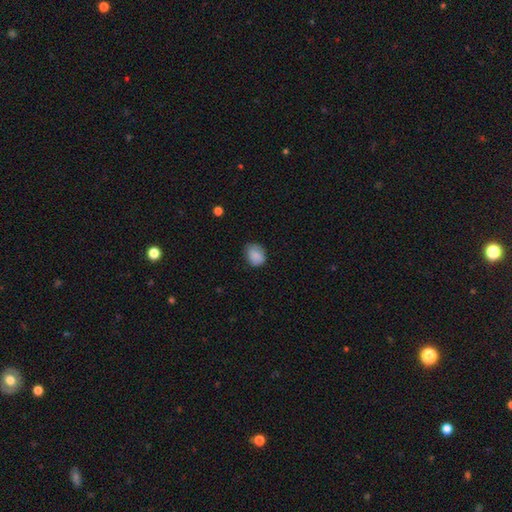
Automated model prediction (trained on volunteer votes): This is clearly a smooth galaxy (86%). How rounded: possibly round (52%). Merging: likely none (67%).